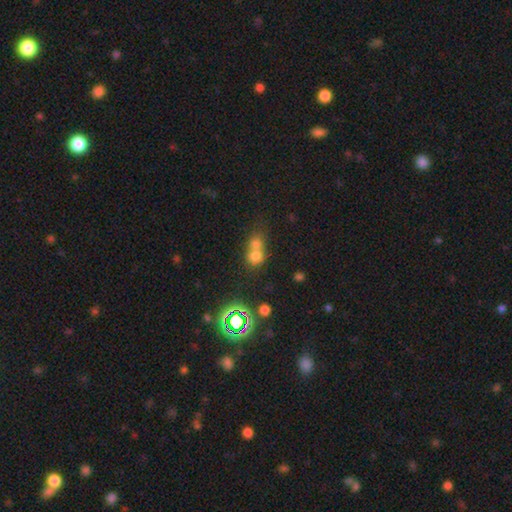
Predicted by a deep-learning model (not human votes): Smooth or featured?
  - smooth: 67% *
  - star or artifact: 20%
  - featured or disk: 13%
How rounded?
  - round: 75% *
  - in between: 23%
  - cigar-shaped: 1%
Merging?
  - merger: 62% *
  - none: 29%
  - minor disturbance: 6%
  - major disturbance: 3%